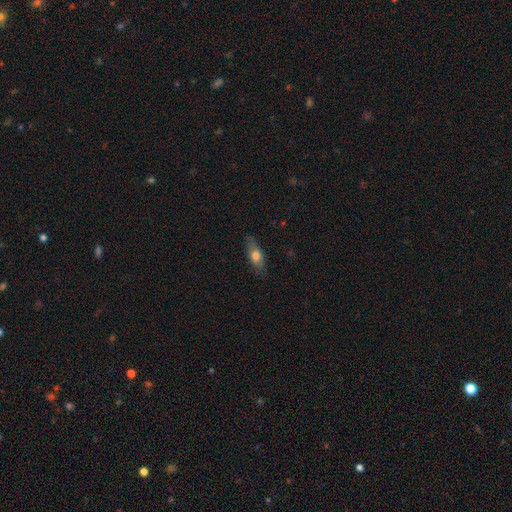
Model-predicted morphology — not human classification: A smooth galaxy with no disk features (67%) that is in between round and cigar-shaped (68%).

Vote fractions:
- Smooth or featured? smooth: 67% / featured or disk: 27% / star or artifact: 7%
- How rounded? in between: 68% / cigar-shaped: 28% / round: 4%
- Merging? none: 79% / minor disturbance: 16% / major disturbance: 3% / merger: 1%